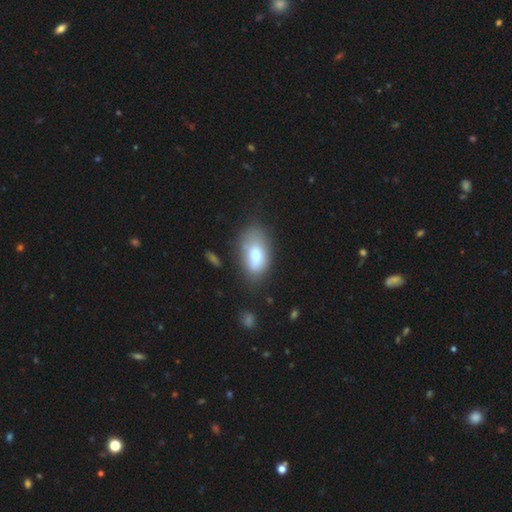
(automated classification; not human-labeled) smooth-or-featured: smooth: 73% | featured or disk: 18% | star or artifact: 8%
  how-rounded: in between: 91% | round: 7% | cigar-shaped: 2%
  merging: none: 62% | minor disturbance: 24% | major disturbance: 9% | merger: 5%